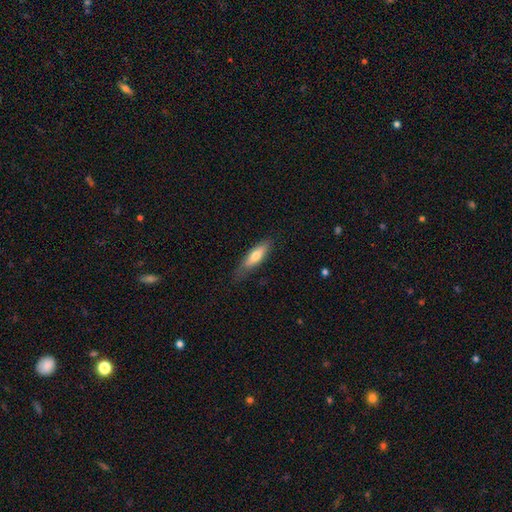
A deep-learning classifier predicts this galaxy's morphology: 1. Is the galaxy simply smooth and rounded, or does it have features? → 66% smooth, 28% featured or disk, 6% star or artifact.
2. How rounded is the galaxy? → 57% cigar-shaped, 41% in between, 2% round.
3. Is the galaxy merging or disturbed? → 72% none, 22% minor disturbance, 5% major disturbance, 1% merger.